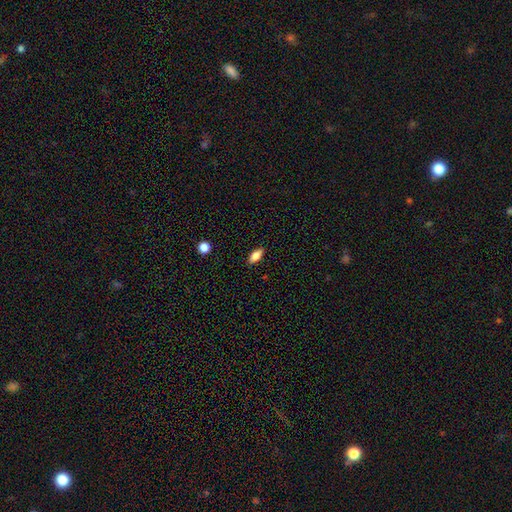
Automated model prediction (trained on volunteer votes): The model was most divided on "smooth or featured": smooth: 77%, featured or disk: 15%, star or artifact: 8%. More confident: merging — none (88%); how rounded — in between (85%).